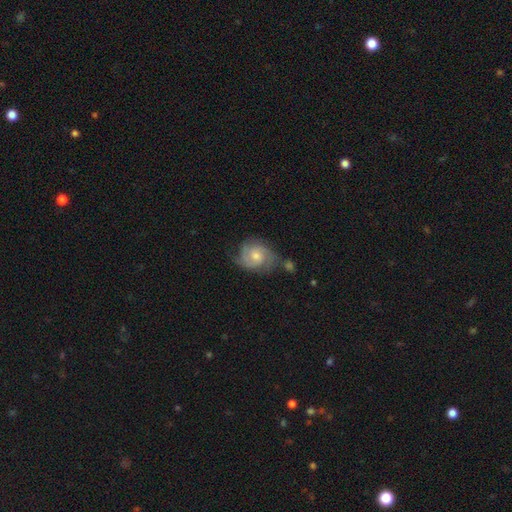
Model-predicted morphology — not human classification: Smooth or featured? Predicted: featured or disk (p=0.72). Edge-on disk? Predicted: no (p=0.97). Bar? Predicted: no (p=0.67). Spiral arms? Predicted: yes (p=0.93). Spiral winding? Predicted: tight (p=0.49). Spiral arm count? Predicted: 2 (p=0.62). Bulge size? Predicted: moderate (p=0.62). Merging? Predicted: none (p=0.63).